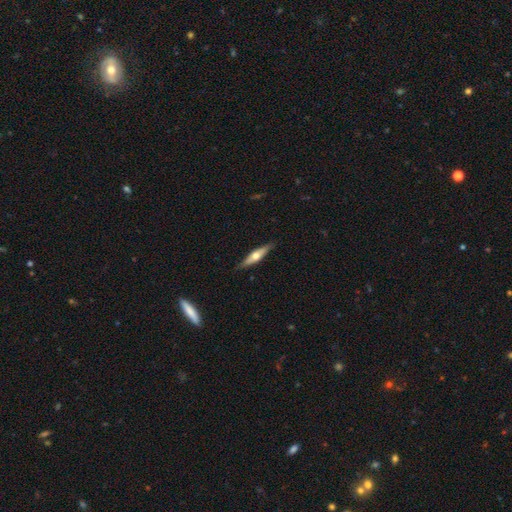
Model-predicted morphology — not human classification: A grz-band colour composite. It shows a featured or disk galaxy (55%) viewed edge-on (92%) with a rounded central bulge (92%). Merging: none (87%).